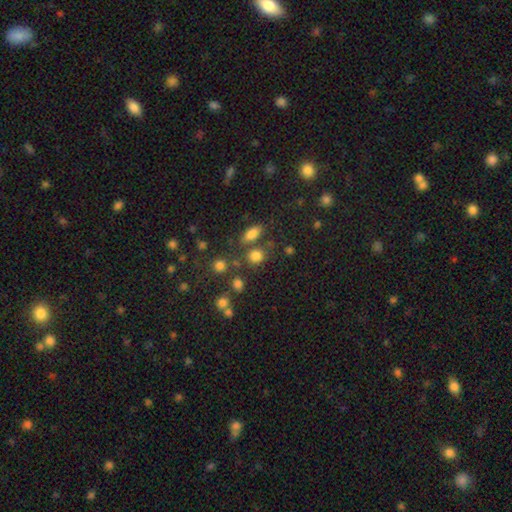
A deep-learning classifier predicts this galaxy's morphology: This appears to be a smooth galaxy with no disk features (79%) that is round (62%). Merging: none (66%).